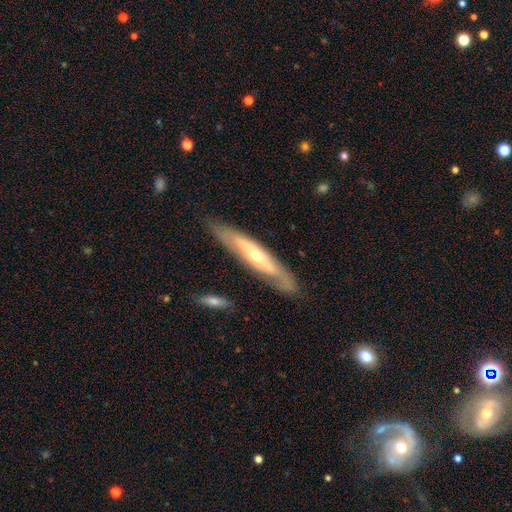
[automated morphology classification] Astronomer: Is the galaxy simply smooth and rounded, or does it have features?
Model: featured or disk — 66%.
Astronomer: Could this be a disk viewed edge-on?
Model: yes — 58% (runner-up: no, 42%).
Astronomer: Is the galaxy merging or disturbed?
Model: none — 80%.